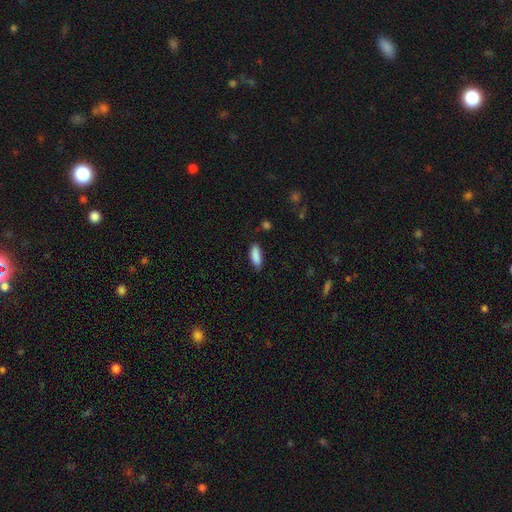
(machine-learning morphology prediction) This is clearly a smooth galaxy (88%). How rounded: likely in between (70%). Merging: clearly none (80%).